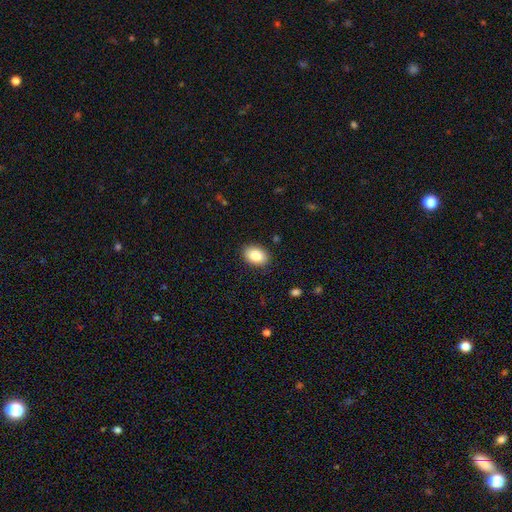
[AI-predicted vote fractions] This is clearly a smooth galaxy (86%). How rounded: clearly in between (83%). Merging: clearly none (88%).